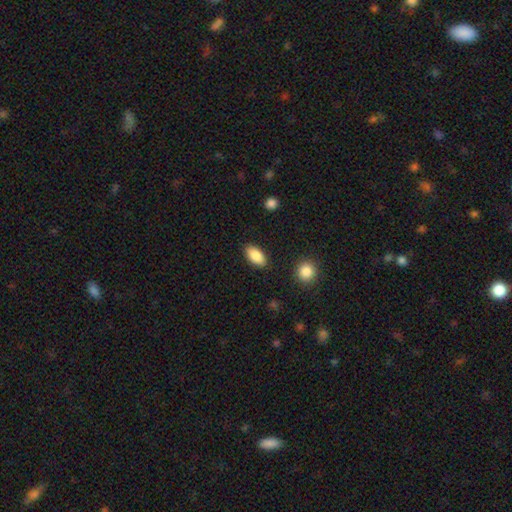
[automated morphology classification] type=smooth (87%); roundness=in between (92%); merging=none (87%).